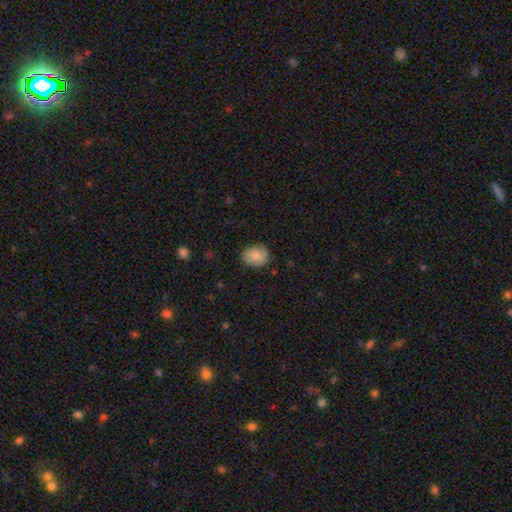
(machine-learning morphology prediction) type=smooth (85%); roundness=round (57%); merging=none (81%).